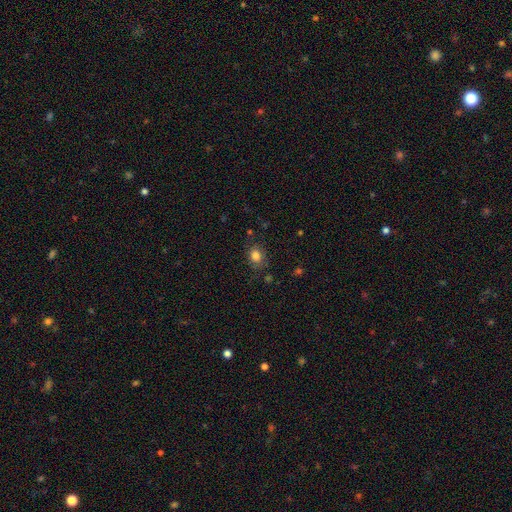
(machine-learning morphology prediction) smooth 81%, star or artifact 11%, featured or disk 8%. Down the decision tree: how rounded — in between (61%); merging — none (75%).